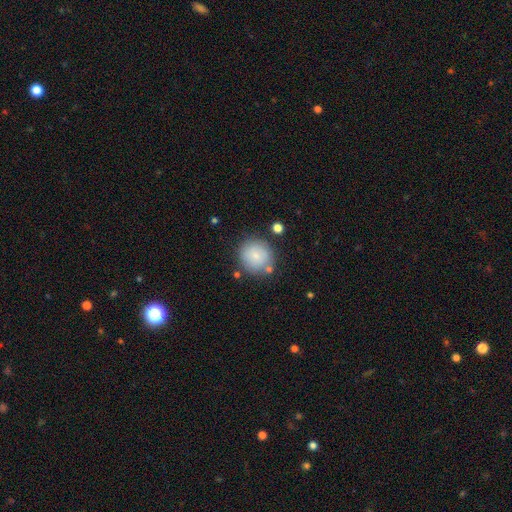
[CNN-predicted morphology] smooth-or-featured: smooth: 80% | featured or disk: 12% | star or artifact: 8%
  how-rounded: round: 90% | in between: 9% | cigar-shaped: 1%
  merging: none: 78% | minor disturbance: 13% | merger: 5% | major disturbance: 4%